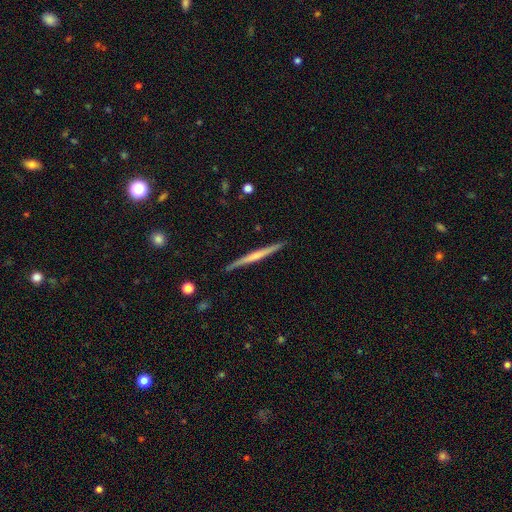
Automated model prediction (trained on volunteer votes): This is likely a featured or disk galaxy (61%). It is clearly viewed edge-on (98%). Edge-on bulge: possibly none (57%). Merging: clearly none (90%).